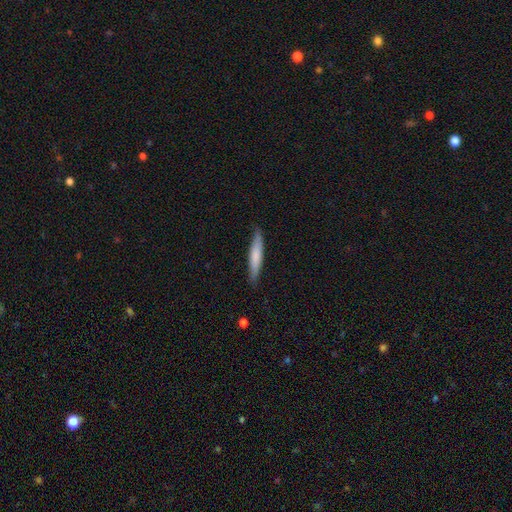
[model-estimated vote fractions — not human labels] Smooth or featured? smooth (69%)
How rounded? cigar-shaped (91%)
Merging? none (85%)